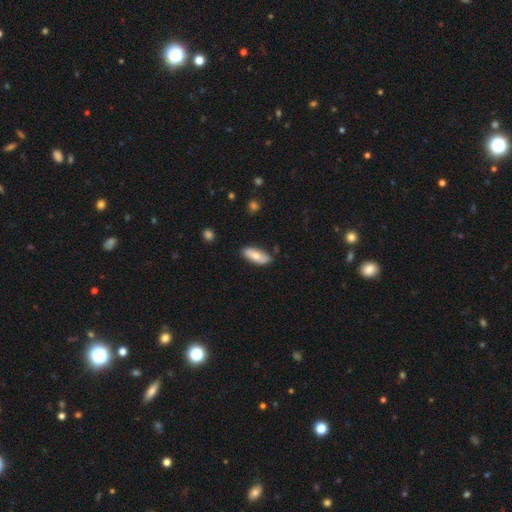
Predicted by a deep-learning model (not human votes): smooth_or_featured: smooth (p=0.70) [alt: featured or disk p=0.25]
how_rounded: in between (p=0.80) [alt: cigar-shaped p=0.17]
merging: none (p=0.79) [alt: minor disturbance p=0.17]